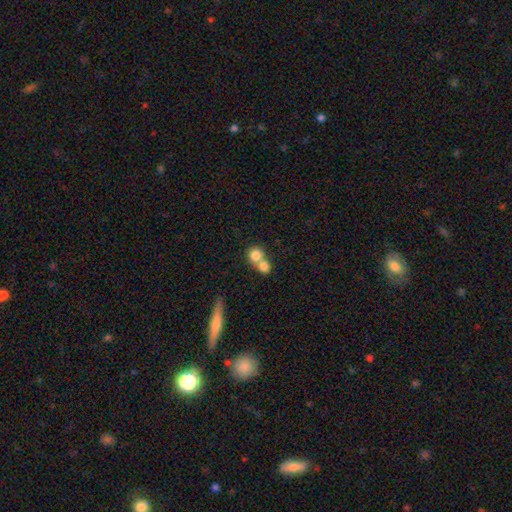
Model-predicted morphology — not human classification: This is likely a smooth galaxy (78%). How rounded: clearly round (83%). Merging: likely merger (61%).